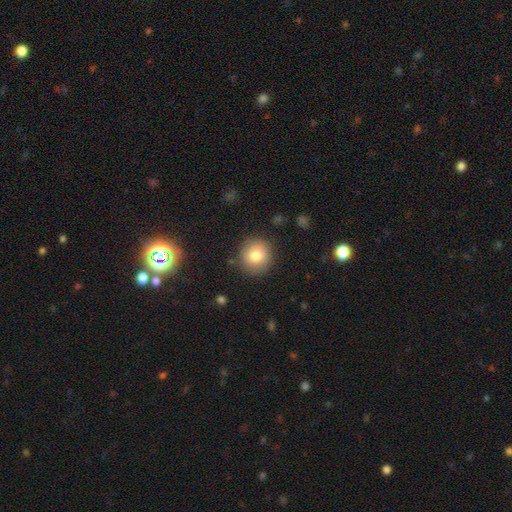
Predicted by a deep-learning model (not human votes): A smooth galaxy with no disk features (80%) that is round (92%).

Vote fractions:
- Smooth or featured? smooth: 80% / featured or disk: 10% / star or artifact: 9%
- How rounded? round: 92% / in between: 7% / cigar-shaped: 1%
- Merging? none: 87% / minor disturbance: 9% / major disturbance: 3% / merger: 2%